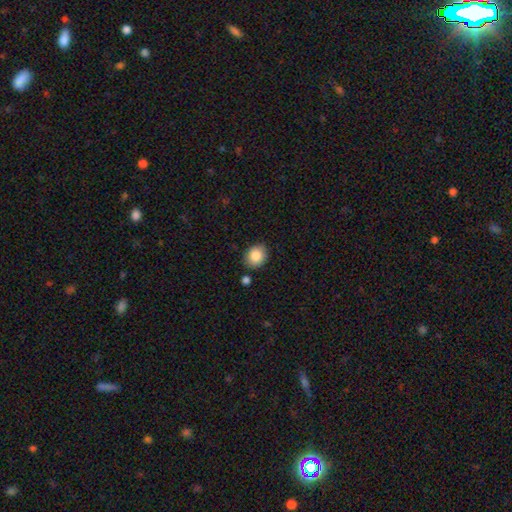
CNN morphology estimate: Smooth or featured: smooth — 86% (star or artifact — 8%)
How rounded: round — 53% (in between — 46%)
Merging: none — 83% (minor disturbance — 11%)